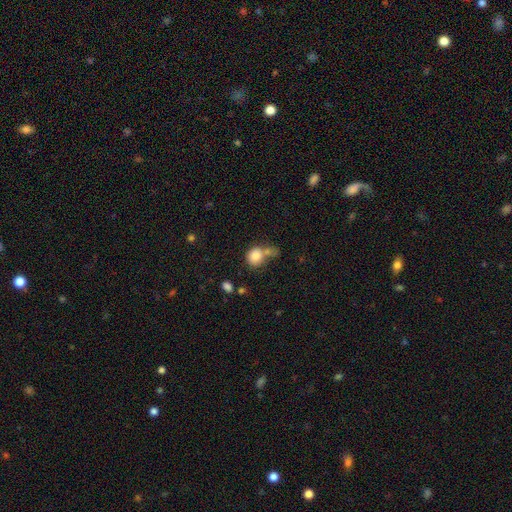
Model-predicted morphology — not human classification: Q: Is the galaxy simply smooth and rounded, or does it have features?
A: smooth — 83%.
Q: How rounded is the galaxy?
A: round — 73%.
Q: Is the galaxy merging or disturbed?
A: none — 39%.